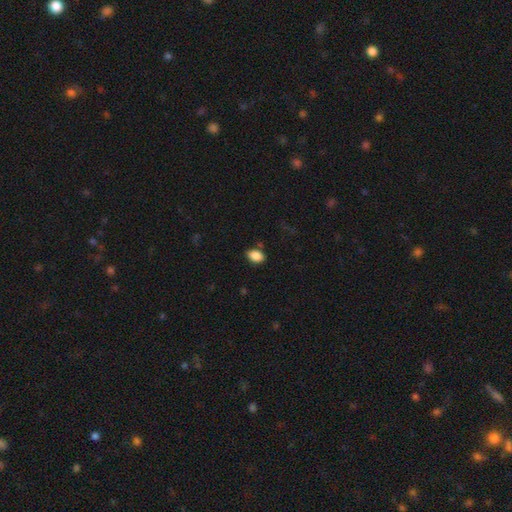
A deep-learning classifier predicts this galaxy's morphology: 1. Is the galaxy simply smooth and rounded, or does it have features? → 88% smooth, 8% star or artifact, 4% featured or disk.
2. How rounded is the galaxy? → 87% in between, 12% round, 1% cigar-shaped.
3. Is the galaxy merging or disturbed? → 82% none, 12% minor disturbance, 3% merger, 3% major disturbance.